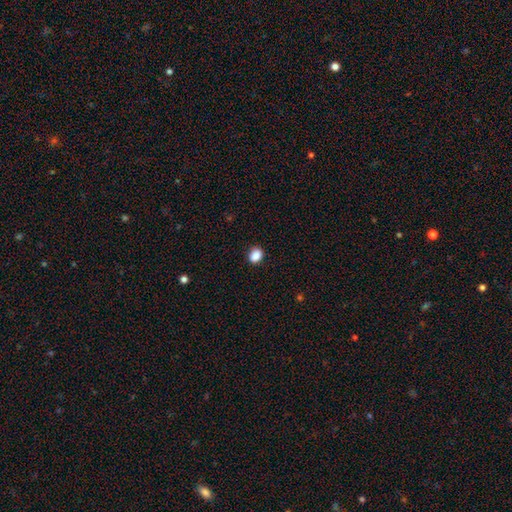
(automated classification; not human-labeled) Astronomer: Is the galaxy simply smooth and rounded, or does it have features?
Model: smooth — 88%.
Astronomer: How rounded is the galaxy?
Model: in between — 52% (runner-up: round, 47%).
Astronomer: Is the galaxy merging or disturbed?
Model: none — 88%.